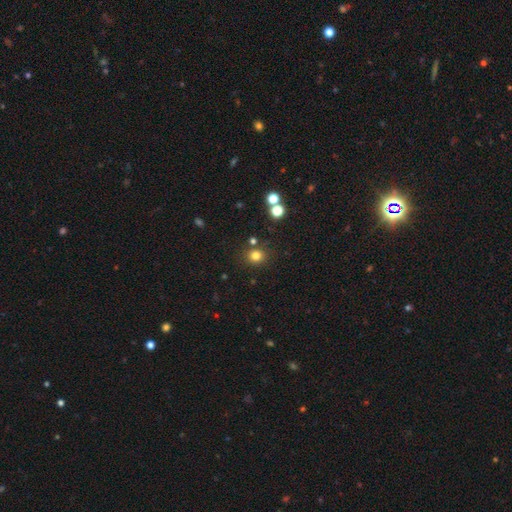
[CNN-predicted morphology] type=smooth (79%); roundness=round (83%); merging=none (81%).